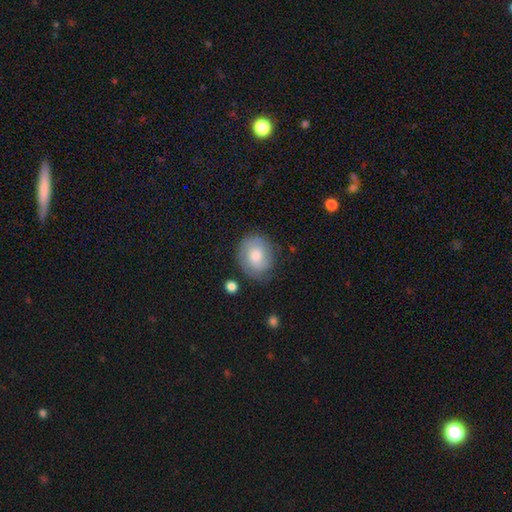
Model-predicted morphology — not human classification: A smooth galaxy with no disk features (49%).

Vote fractions:
- Smooth or featured? smooth: 49% / featured or disk: 42% / star or artifact: 9%
- Merging? none: 76% / minor disturbance: 17% / major disturbance: 5% / merger: 2%